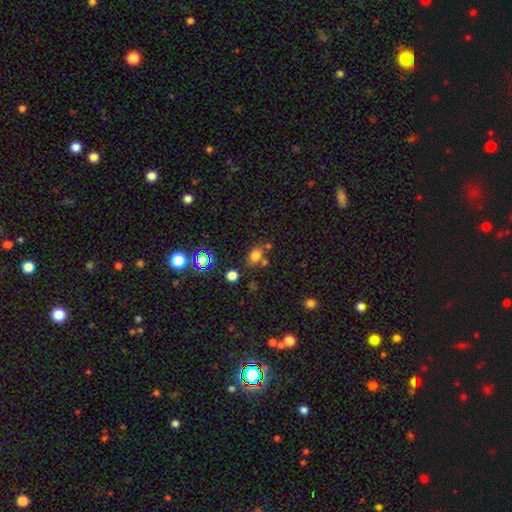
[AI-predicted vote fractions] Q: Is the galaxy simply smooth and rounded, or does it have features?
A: smooth — 74%.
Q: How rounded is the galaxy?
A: in between — 50%.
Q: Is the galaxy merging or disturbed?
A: none — 66%.